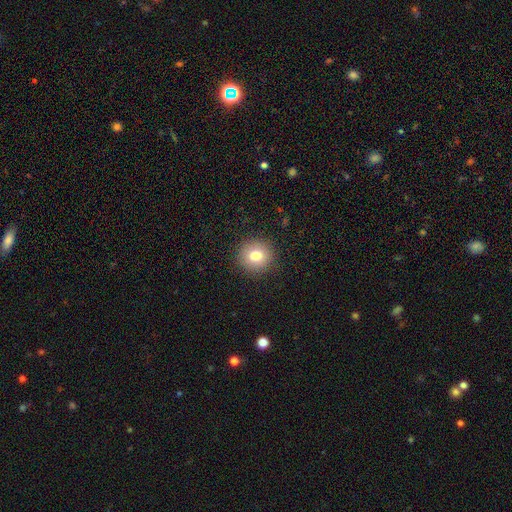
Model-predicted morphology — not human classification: smooth_or_featured: smooth (p=0.77) [alt: featured or disk p=0.11]
how_rounded: round (p=0.92) [alt: in between p=0.07]
merging: none (p=0.91) [alt: minor disturbance p=0.06]